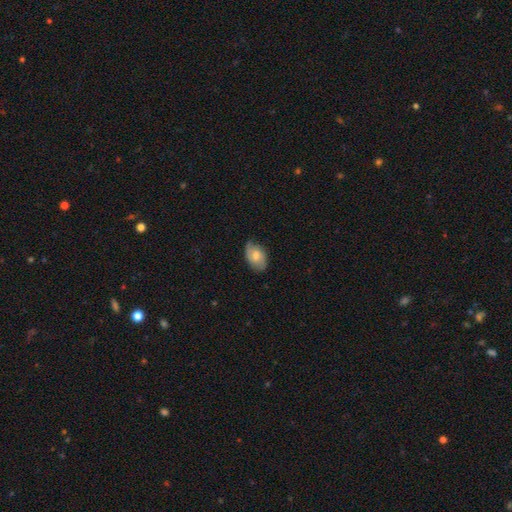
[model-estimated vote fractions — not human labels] Smooth or featured? Predicted: smooth (p=0.48). Merging? Predicted: none (p=0.73).